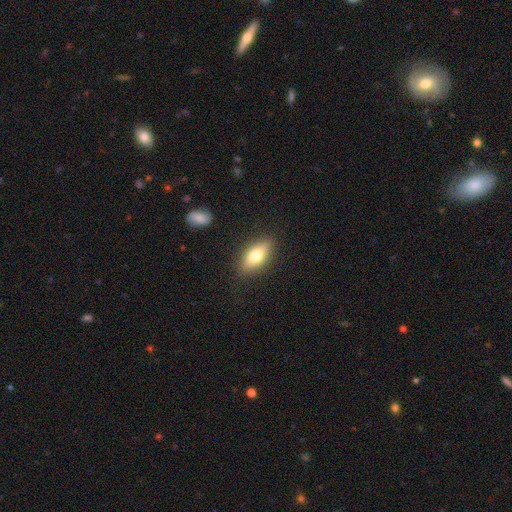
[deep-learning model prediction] Q: Smooth or featured?
A: smooth (73%); runner-up: featured or disk (20%)
Q: How rounded?
A: in between (83%); runner-up: cigar-shaped (12%)
Q: Merging?
A: none (86%); runner-up: minor disturbance (10%)